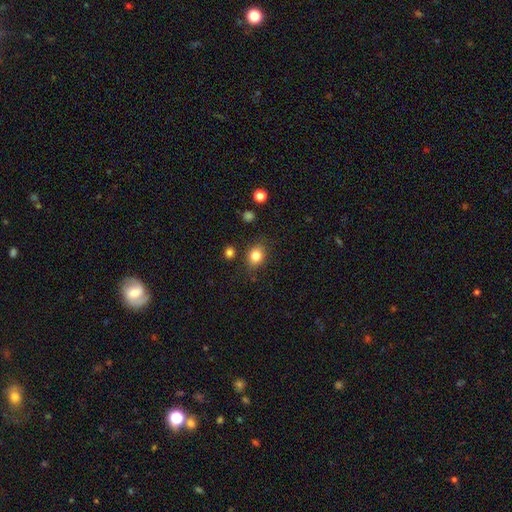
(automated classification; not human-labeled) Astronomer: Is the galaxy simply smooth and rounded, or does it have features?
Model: smooth — 83%.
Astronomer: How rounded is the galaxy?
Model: round — 50% (runner-up: in between, 49%).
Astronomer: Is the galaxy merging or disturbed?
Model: none — 79%.